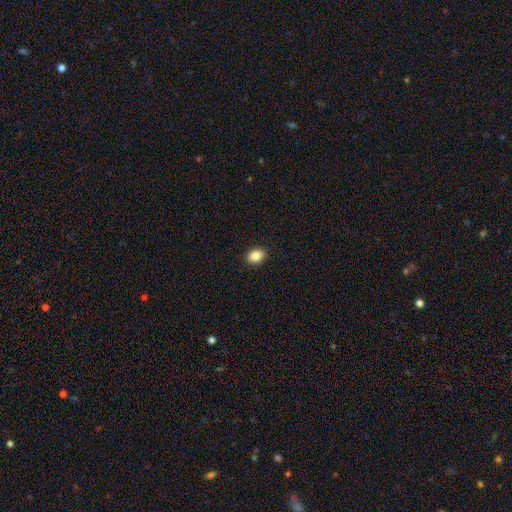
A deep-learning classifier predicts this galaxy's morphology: Q: Smooth or featured?
A: smooth (85%); runner-up: star or artifact (9%)
Q: How rounded?
A: in between (62%); runner-up: round (37%)
Q: Merging?
A: none (90%); runner-up: minor disturbance (7%)